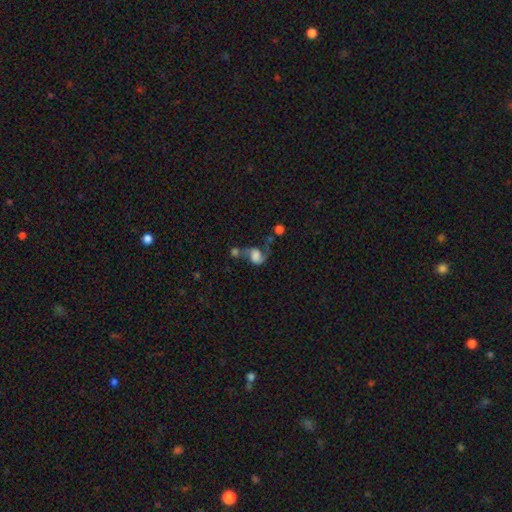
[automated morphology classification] smooth-or-featured: featured or disk: 59% | smooth: 29% | star or artifact: 12%
  disk-edge-on: no: 97% | yes: 3%
    bar: no: 57% | weak: 32% | strong: 11%
    has-spiral-arms: yes: 88% | no: 12%
      spiral-winding: loose: 65% | medium: 28% | tight: 7%
      spiral-arm-count: 2: 72% | 1: 22% | can't tell: 3% | 3: 1% | 4: 1% | more than 4: 1%
    bulge-size: large: 31% | none: 28% | moderate: 18% | small: 13% | dominant: 10%
  merging: merger: 36% | none: 27% | major disturbance: 23% | minor disturbance: 14%